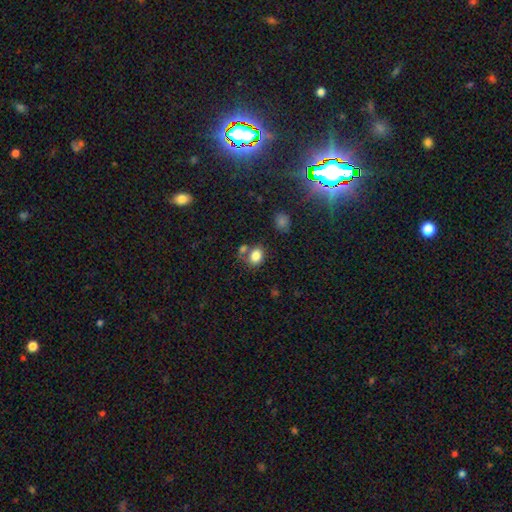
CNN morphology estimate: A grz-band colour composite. It shows a smooth galaxy with no disk features (83%) that is in between round and cigar-shaped (59%). Merging: none (57%).